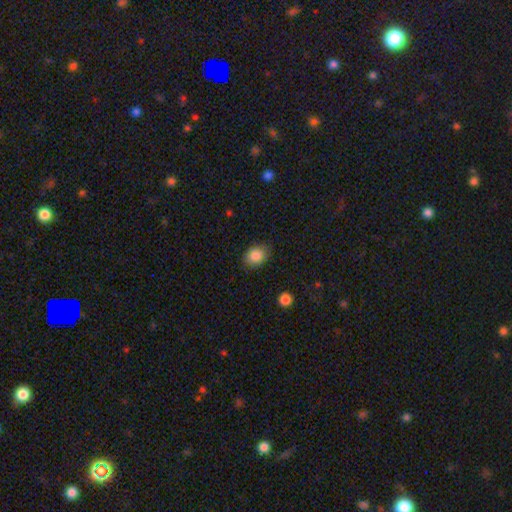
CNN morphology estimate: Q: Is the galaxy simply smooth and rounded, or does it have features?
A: smooth — 86%.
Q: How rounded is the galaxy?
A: in between — 65%.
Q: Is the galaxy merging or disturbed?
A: none — 82%.